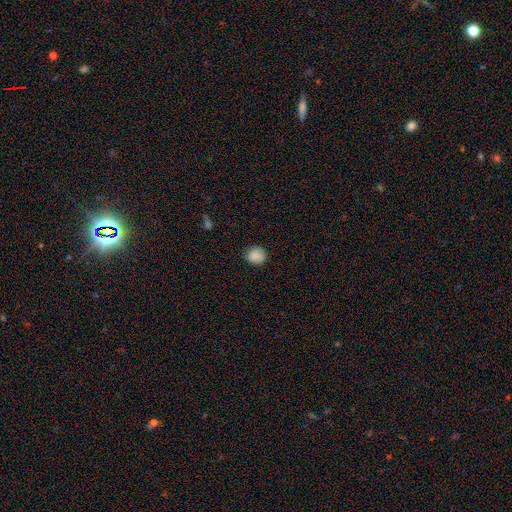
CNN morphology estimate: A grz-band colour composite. It shows a smooth galaxy with no disk features (87%) that is round (86%). Merging: none (85%).